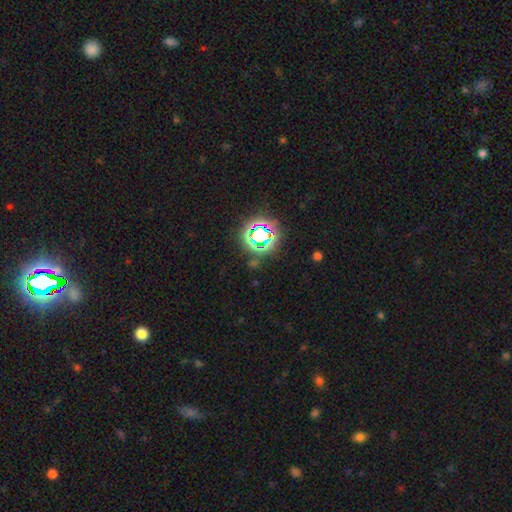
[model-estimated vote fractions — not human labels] Morphology: type=star or artifact (78%).